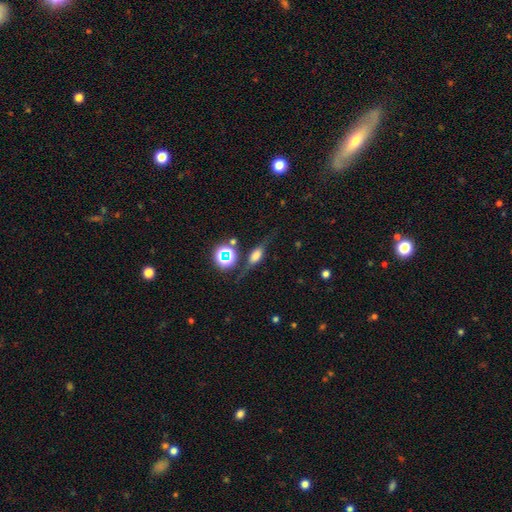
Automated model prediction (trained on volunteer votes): Smooth or featured: smooth — 49% (featured or disk — 35%)
Merging: none — 61% (minor disturbance — 20%)